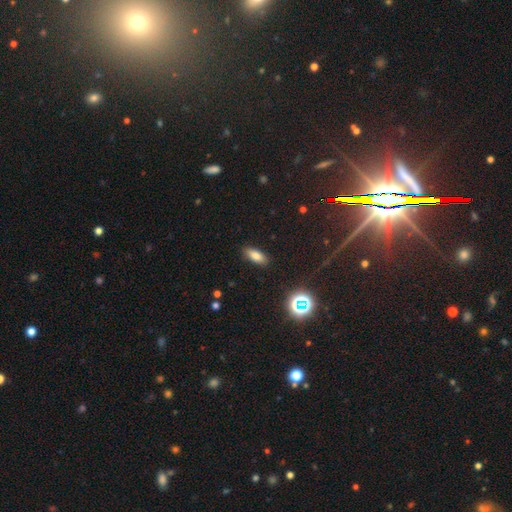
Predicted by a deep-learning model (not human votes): Smooth or featured: smooth — 78% (star or artifact — 13%)
How rounded: in between — 80% (cigar-shaped — 17%)
Merging: none — 88% (minor disturbance — 9%)